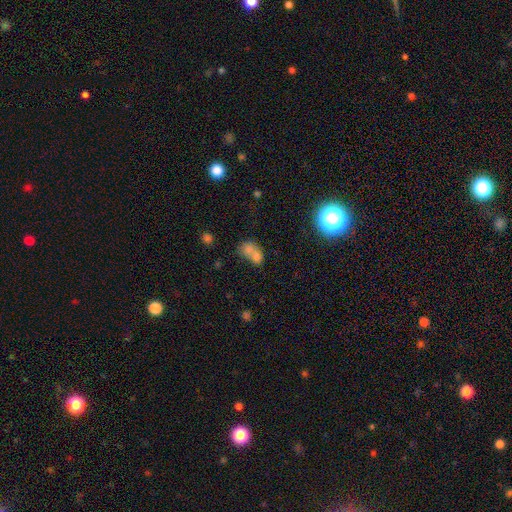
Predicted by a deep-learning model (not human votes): Smooth or featured?
  - smooth: 71% *
  - featured or disk: 16%
  - star or artifact: 13%
How rounded?
  - in between: 57% *
  - round: 41%
  - cigar-shaped: 2%
Merging?
  - merger: 68% *
  - none: 21%
  - minor disturbance: 7%
  - major disturbance: 4%